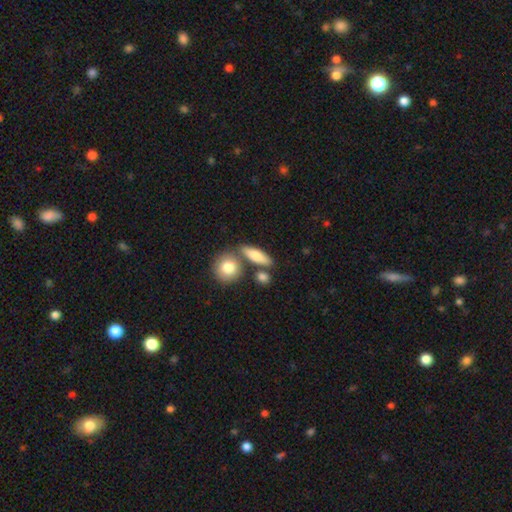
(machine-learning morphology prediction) type=smooth (73%); roundness=in between (50%); merging=none (68%).